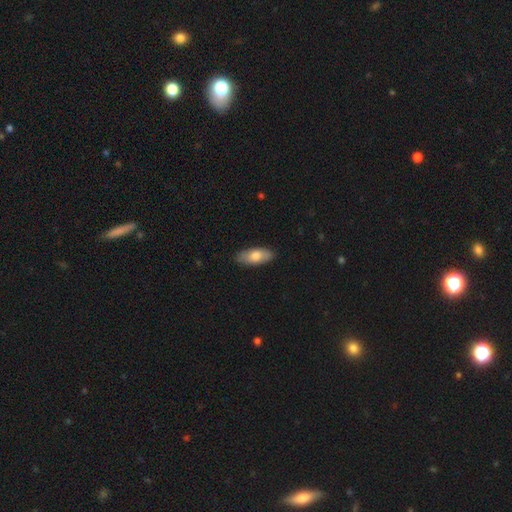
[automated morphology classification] Smooth or featured: smooth — 74% (featured or disk — 20%)
How rounded: in between — 83% (cigar-shaped — 14%)
Merging: none — 87% (minor disturbance — 10%)